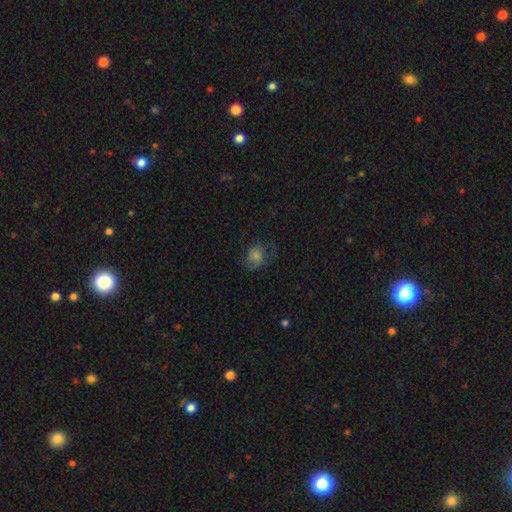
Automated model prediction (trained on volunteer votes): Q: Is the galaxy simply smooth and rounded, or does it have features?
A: smooth — 53%.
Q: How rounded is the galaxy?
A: round — 59%.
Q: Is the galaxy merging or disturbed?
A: none — 58%.